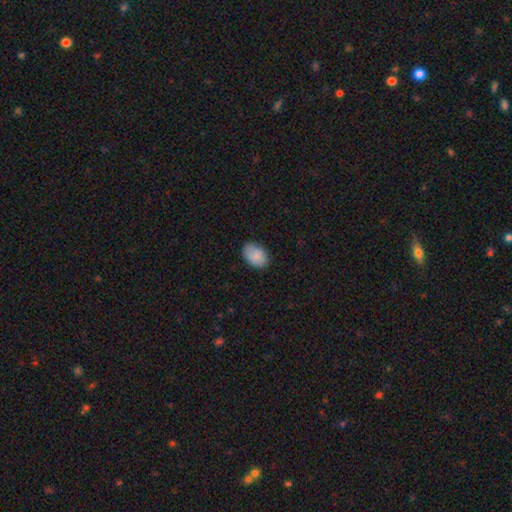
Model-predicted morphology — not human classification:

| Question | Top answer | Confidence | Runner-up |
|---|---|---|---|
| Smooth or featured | smooth | 86% | star or artifact (7%) |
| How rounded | in between | 84% | round (15%) |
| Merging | none | 79% | minor disturbance (17%) |